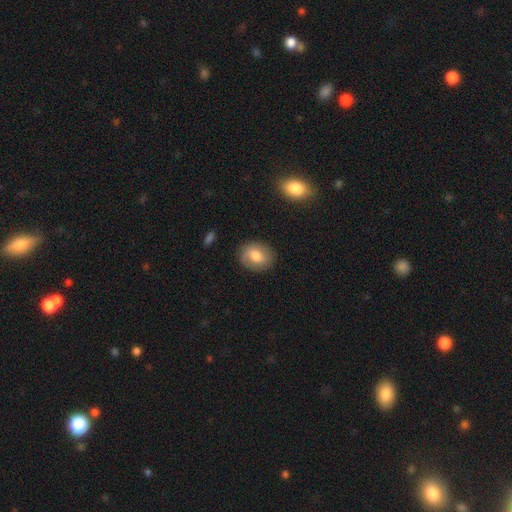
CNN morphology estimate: smooth-or-featured: smooth: 69% | featured or disk: 23% | star or artifact: 8%
  how-rounded: round: 54% | in between: 45% | cigar-shaped: 1%
  merging: none: 84% | minor disturbance: 11% | major disturbance: 3% | merger: 1%